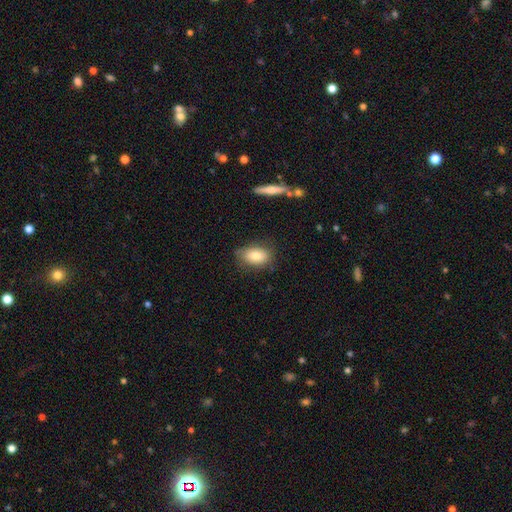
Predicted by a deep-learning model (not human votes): A smooth galaxy with no disk features (78%) that is in between round and cigar-shaped (85%).

Vote fractions:
- Smooth or featured? smooth: 78% / featured or disk: 14% / star or artifact: 8%
- How rounded? in between: 85% / round: 13% / cigar-shaped: 2%
- Merging? none: 75% / minor disturbance: 18% / major disturbance: 4% / merger: 2%